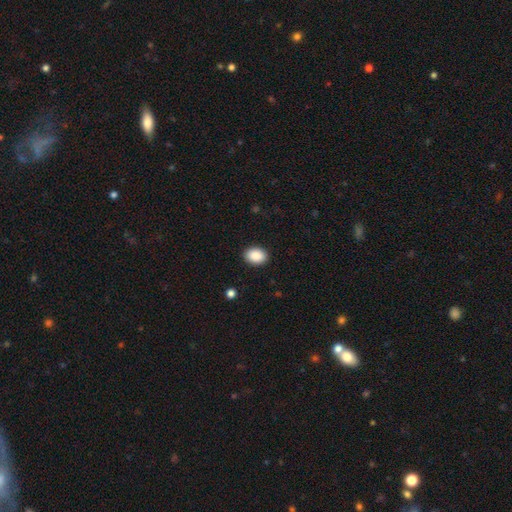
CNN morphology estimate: A smooth galaxy with no disk features (90%) that is in between round and cigar-shaped (76%). Merging: none (90%).